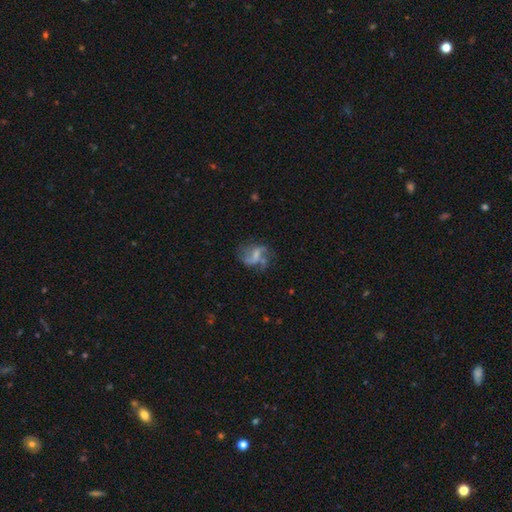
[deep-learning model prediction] Smooth or featured? featured or disk (61%)
Edge-on disk? no (97%)
Bar? weak (42%)
Spiral arms? yes (66%)
Bulge size? none (39%)
Merging? none (43%)